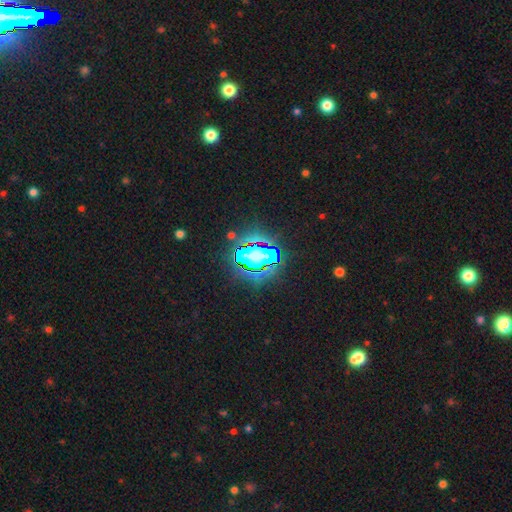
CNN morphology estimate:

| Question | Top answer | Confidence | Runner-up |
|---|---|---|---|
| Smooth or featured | star or artifact | 59% | smooth (25%) |